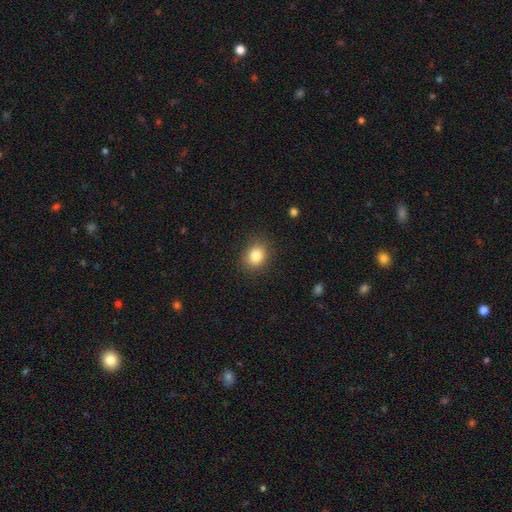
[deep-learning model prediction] smooth 84%, star or artifact 10%, featured or disk 6%. Down the decision tree: how rounded — round (55%); merging — none (87%).